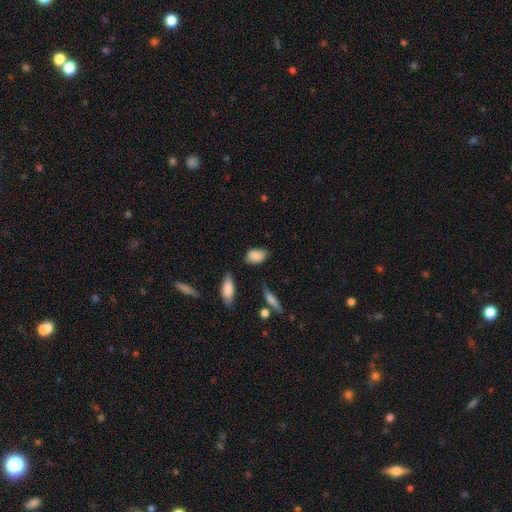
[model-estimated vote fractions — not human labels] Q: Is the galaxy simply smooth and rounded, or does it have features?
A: smooth — 86%.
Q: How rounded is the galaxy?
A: in between — 89%.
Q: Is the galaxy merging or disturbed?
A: none — 70%.